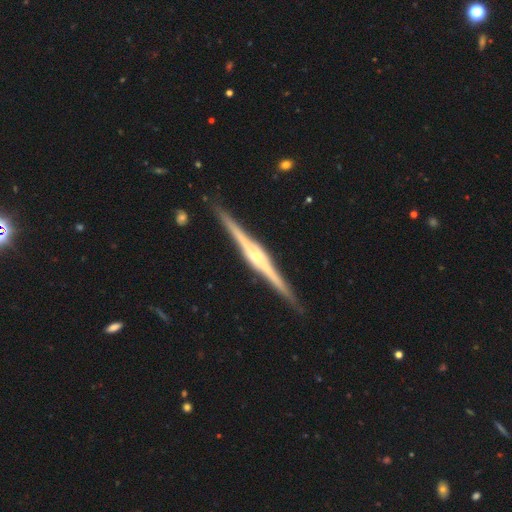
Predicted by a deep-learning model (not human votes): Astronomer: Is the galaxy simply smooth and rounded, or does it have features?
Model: featured or disk — 89%.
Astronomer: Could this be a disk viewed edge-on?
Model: yes — 99%.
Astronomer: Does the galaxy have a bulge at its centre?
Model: rounded — 65%.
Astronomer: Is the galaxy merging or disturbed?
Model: none — 91%.